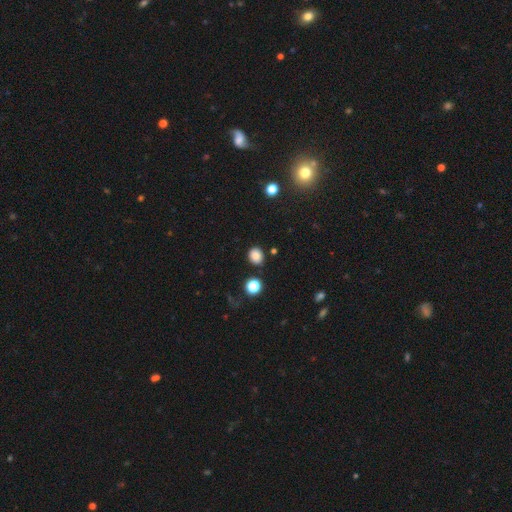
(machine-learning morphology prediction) Overall: smooth (83%). How rounded: round (67%; in between 32%). Merging: none (83%).